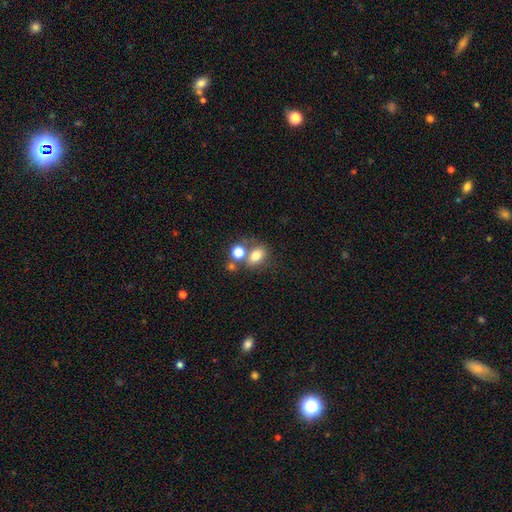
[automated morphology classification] smooth-or-featured: smooth: 77% | star or artifact: 12% | featured or disk: 11%
  how-rounded: in between: 65% | round: 34% | cigar-shaped: 1%
  merging: none: 50% | merger: 32% | minor disturbance: 12% | major disturbance: 6%